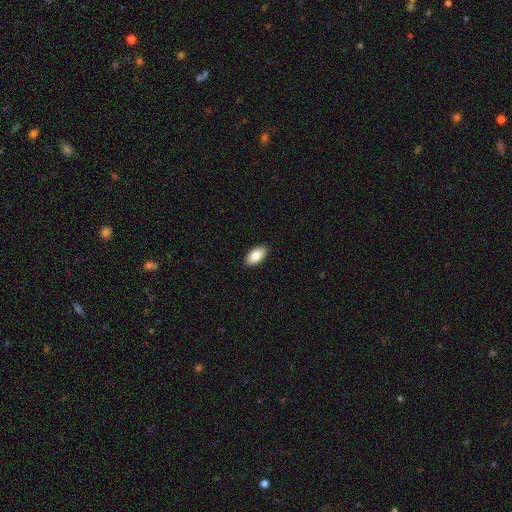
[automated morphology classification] A smooth galaxy with no disk features (88%) that is in between round and cigar-shaped (95%). Merging: none (90%).